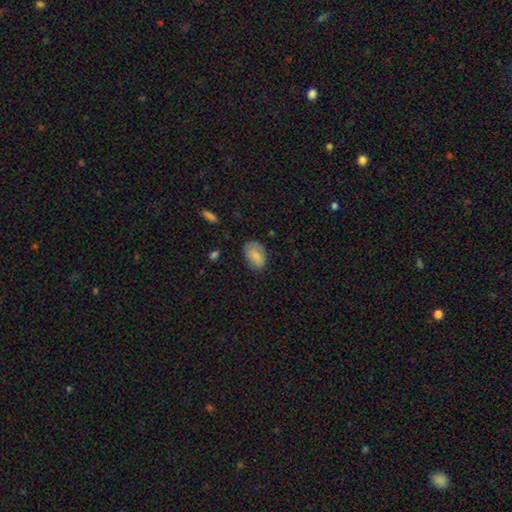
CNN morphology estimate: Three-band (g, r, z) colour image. It shows a smooth galaxy with no disk features (82%) that is in between round and cigar-shaped (88%). Merging: none (69%).